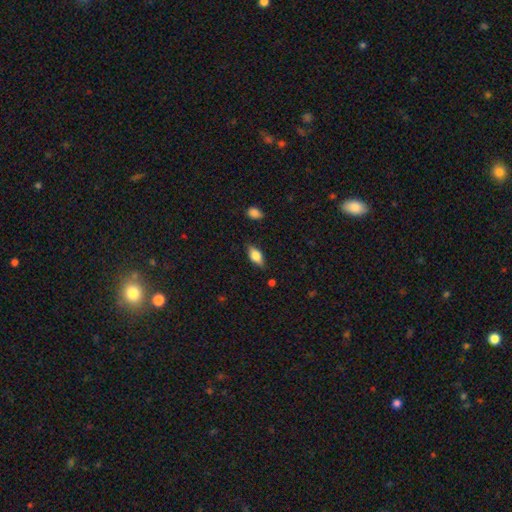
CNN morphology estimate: Smooth or featured? smooth (71%)
How rounded? in between (84%)
Merging? none (80%)